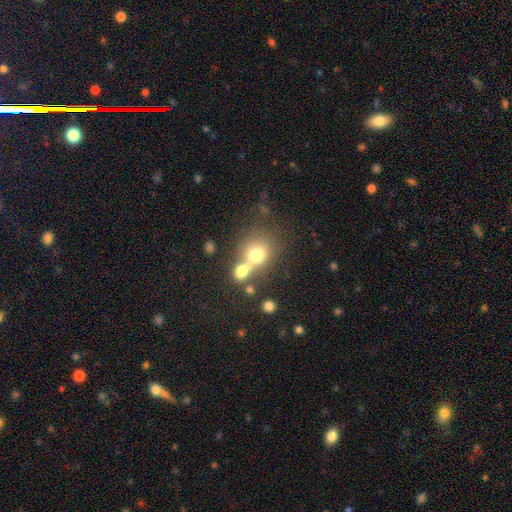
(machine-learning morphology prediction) Smooth or featured? smooth (69%)
How rounded? round (78%)
Merging? merger (45%)